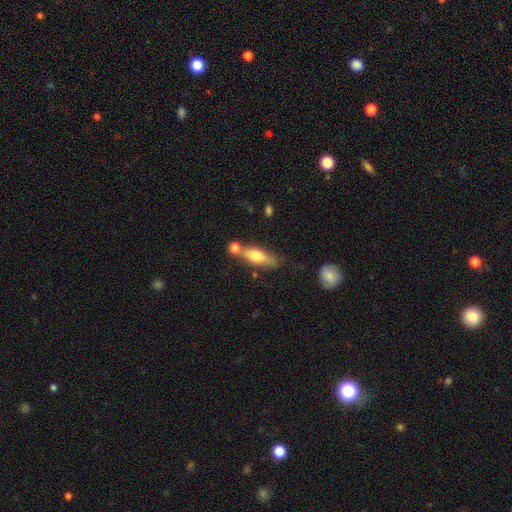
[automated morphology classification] Q: Smooth or featured?
A: smooth (66%); runner-up: featured or disk (27%)
Q: How rounded?
A: in between (55%); runner-up: cigar-shaped (41%)
Q: Merging?
A: none (52%); runner-up: merger (27%)